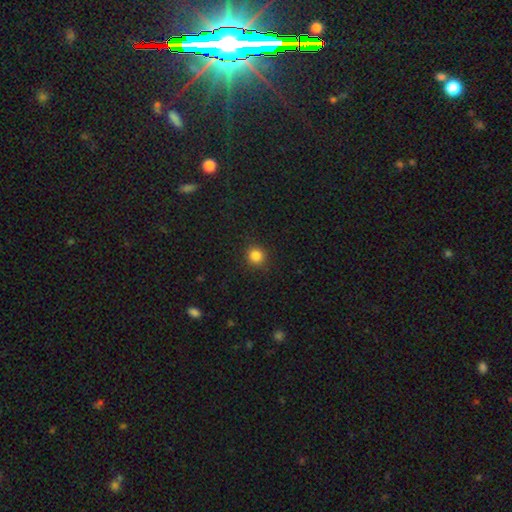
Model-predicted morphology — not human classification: A smooth galaxy with no disk features (85%) that is round (91%).

Vote fractions:
- Smooth or featured? smooth: 85% / star or artifact: 11% / featured or disk: 3%
- How rounded? round: 91% / in between: 8% / cigar-shaped: 1%
- Merging? none: 91% / minor disturbance: 6% / major disturbance: 2% / merger: 1%